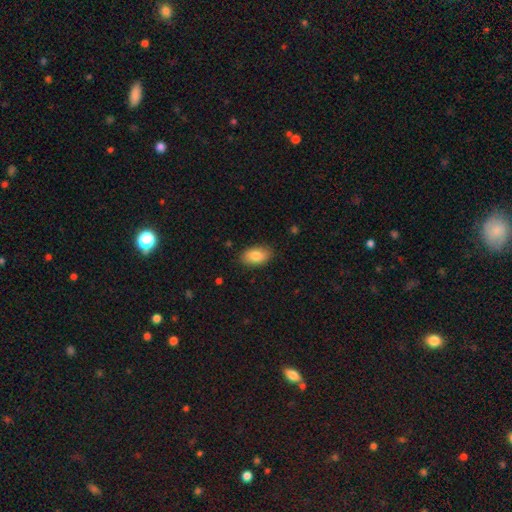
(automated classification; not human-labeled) smooth_or_featured: smooth (p=0.83) [alt: featured or disk p=0.10]
how_rounded: in between (p=0.93) [alt: round p=0.05]
merging: none (p=0.86) [alt: minor disturbance p=0.11]